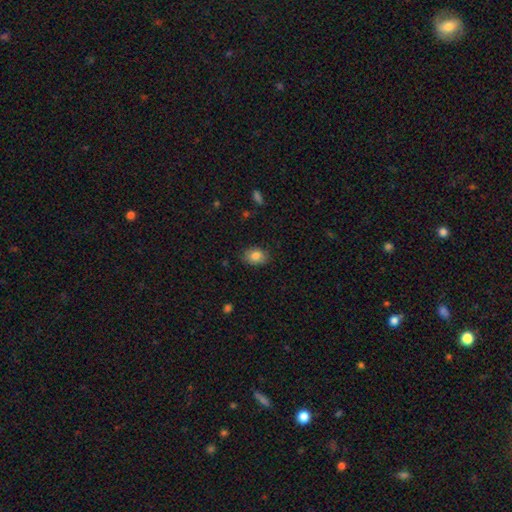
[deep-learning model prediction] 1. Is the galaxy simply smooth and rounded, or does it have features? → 83% smooth, 9% featured or disk, 8% star or artifact.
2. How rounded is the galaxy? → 76% in between, 23% round, 1% cigar-shaped.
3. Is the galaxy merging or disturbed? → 82% none, 14% minor disturbance, 3% major disturbance, 1% merger.